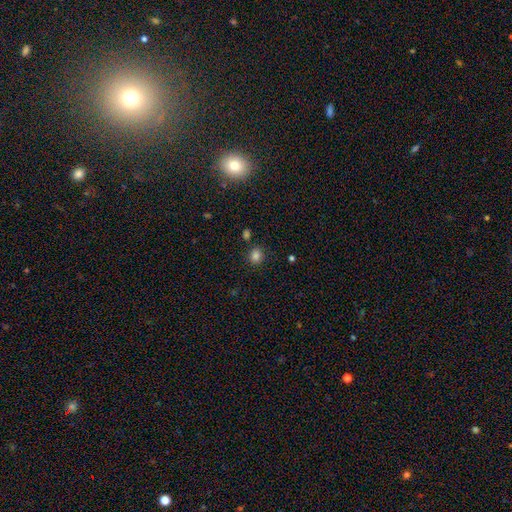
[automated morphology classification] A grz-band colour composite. It shows a smooth galaxy with no disk features (83%) that is round (78%). Merging: none (83%).